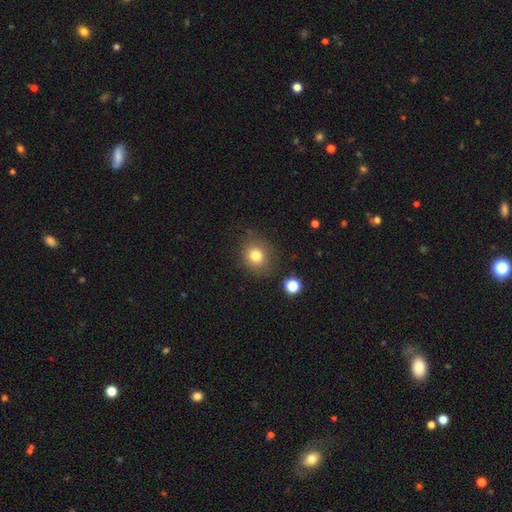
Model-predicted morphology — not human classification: smooth_or_featured: smooth (p=0.79) [alt: star or artifact p=0.12]
how_rounded: round (p=0.74) [alt: in between p=0.25]
merging: none (p=0.77) [alt: minor disturbance p=0.15]